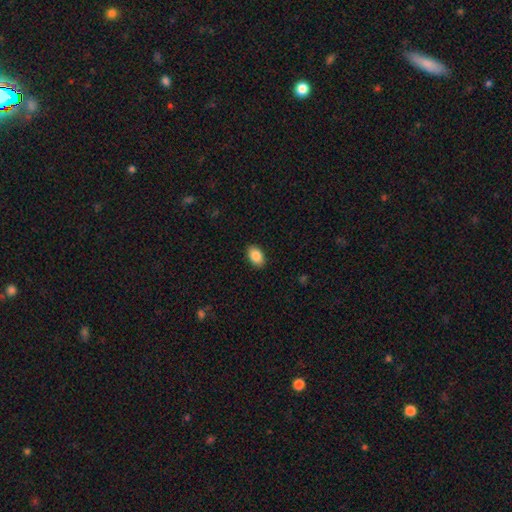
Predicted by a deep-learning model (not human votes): The model was most divided on "smooth or featured": smooth: 87%, star or artifact: 7%, featured or disk: 6%. More confident: how rounded — in between (91%); merging — none (90%).